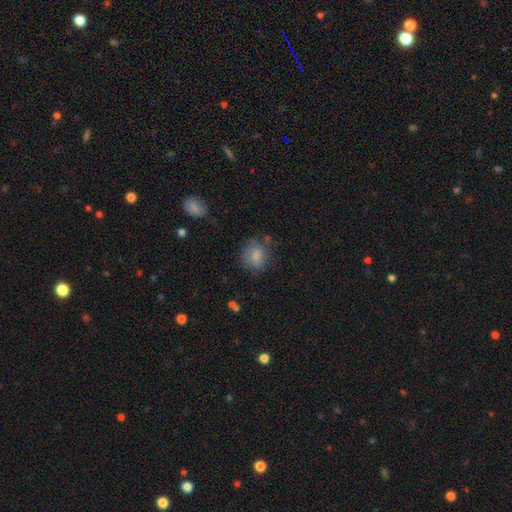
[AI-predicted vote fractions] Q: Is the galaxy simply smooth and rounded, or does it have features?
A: smooth — 80%.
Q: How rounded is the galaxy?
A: round — 67%.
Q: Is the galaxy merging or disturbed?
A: none — 68%.